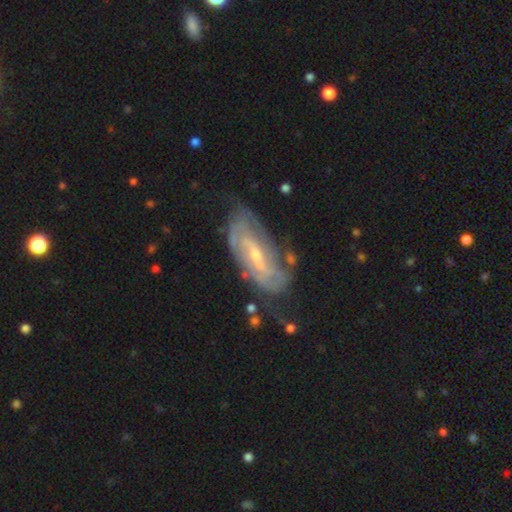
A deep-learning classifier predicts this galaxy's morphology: smooth-or-featured: featured or disk: 80% | smooth: 14% | star or artifact: 6%
  disk-edge-on: no: 91% | yes: 9%
    bar: weak: 45% | no: 32% | strong: 24%
    has-spiral-arms: yes: 86% | no: 14%
      spiral-winding: tight: 58% | medium: 31% | loose: 12%
      spiral-arm-count: can't tell: 44% | 2: 35% | 3: 9% | 4: 5% | 1: 4% | more than 4: 3%
    bulge-size: small: 65% | moderate: 31% | none: 2% | large: 1% | dominant: 1%
  merging: none: 62% | minor disturbance: 24% | major disturbance: 11% | merger: 4%